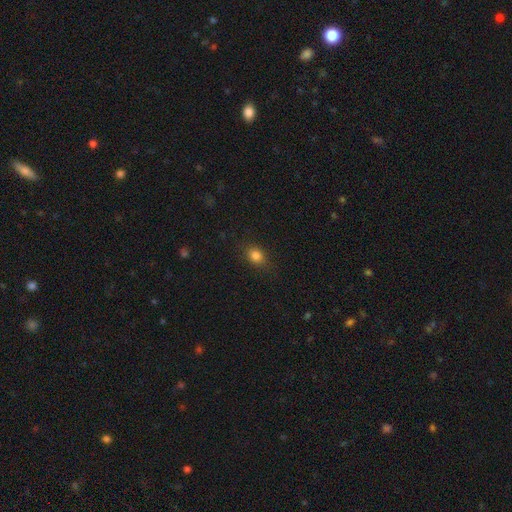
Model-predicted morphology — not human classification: smooth-or-featured: smooth: 82% | star or artifact: 12% | featured or disk: 6%
  how-rounded: in between: 53% | round: 46% | cigar-shaped: 2%
  merging: none: 84% | minor disturbance: 12% | major disturbance: 3% | merger: 1%